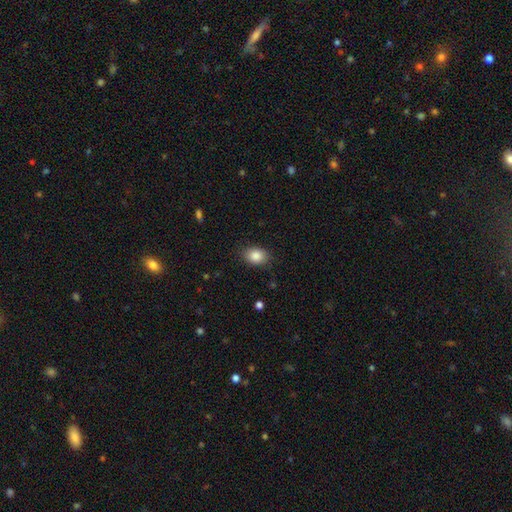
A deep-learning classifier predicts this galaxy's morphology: Q: Smooth or featured?
A: smooth (87%); runner-up: star or artifact (8%)
Q: How rounded?
A: in between (74%); runner-up: round (25%)
Q: Merging?
A: none (84%); runner-up: minor disturbance (12%)